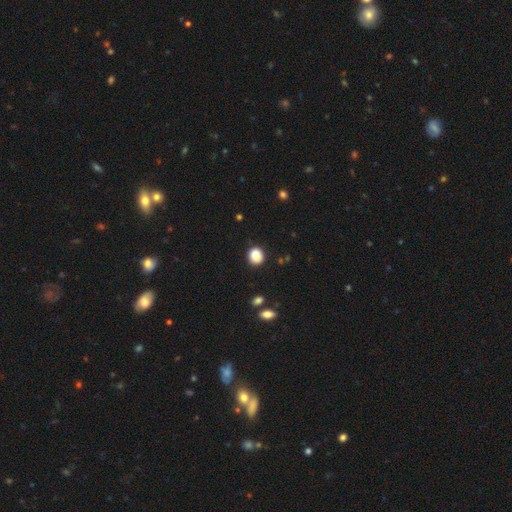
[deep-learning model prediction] The model was most divided on "how rounded": round: 82%, in between: 17%, cigar-shaped: 1%. More confident: merging — none (88%); smooth or featured — smooth (87%).